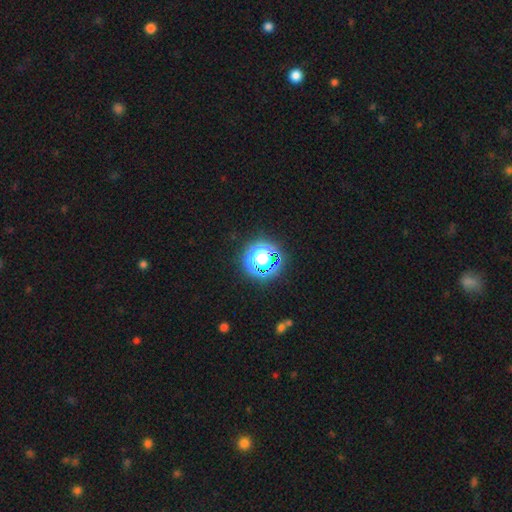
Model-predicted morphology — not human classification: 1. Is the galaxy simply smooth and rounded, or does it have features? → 67% star or artifact, 24% smooth, 8% featured or disk.